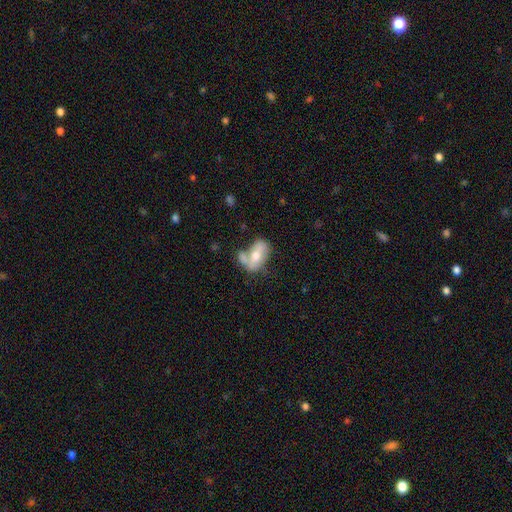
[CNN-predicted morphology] smooth_or_featured: smooth (p=0.50) [alt: featured or disk p=0.43]
merging: merger (p=0.36) [alt: none p=0.30]